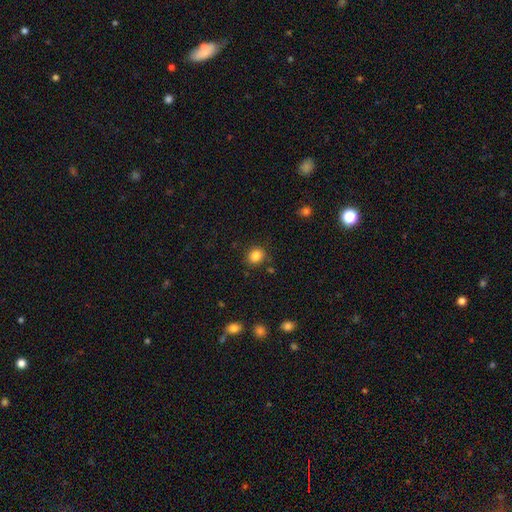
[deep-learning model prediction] This is clearly a smooth galaxy (85%). How rounded: likely round (68%). Merging: clearly none (84%).